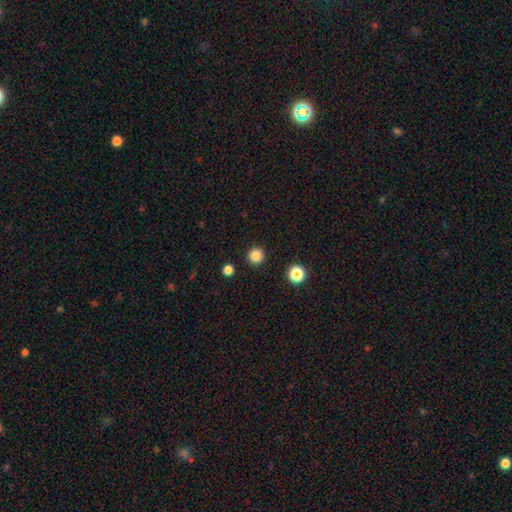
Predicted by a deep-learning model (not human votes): This is clearly a smooth galaxy (85%). How rounded: clearly round (96%). Merging: clearly none (92%).